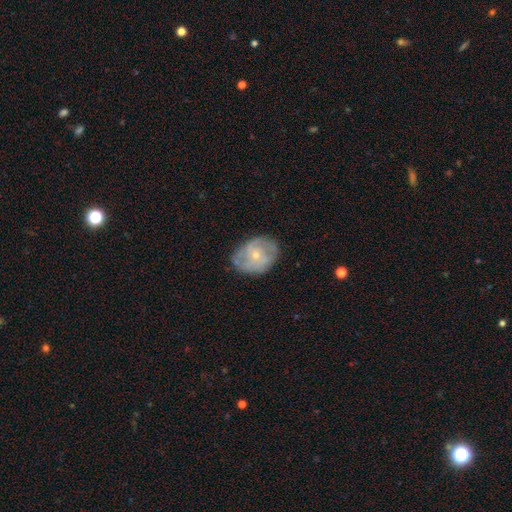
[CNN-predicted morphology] The model was most divided on "smooth or featured": featured or disk: 61%, smooth: 32%, star or artifact: 7%. More confident: edge-on disk — no (96%); bar — no (77%); merging — none (67%); spiral arms — yes (66%); bulge size — small (66%).